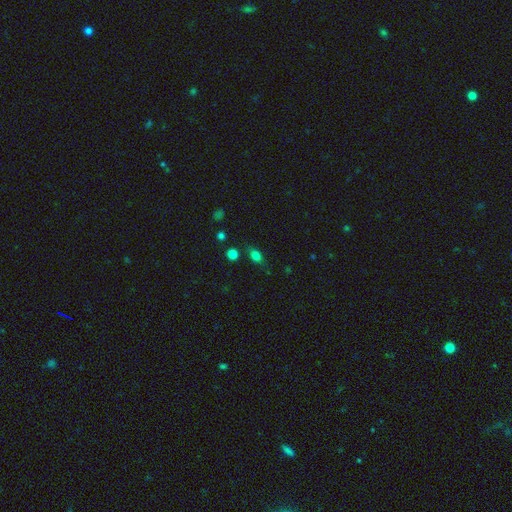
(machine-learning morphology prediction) A smooth galaxy with no disk features (76%) that is in between round and cigar-shaped (68%). Merging: none (74%).